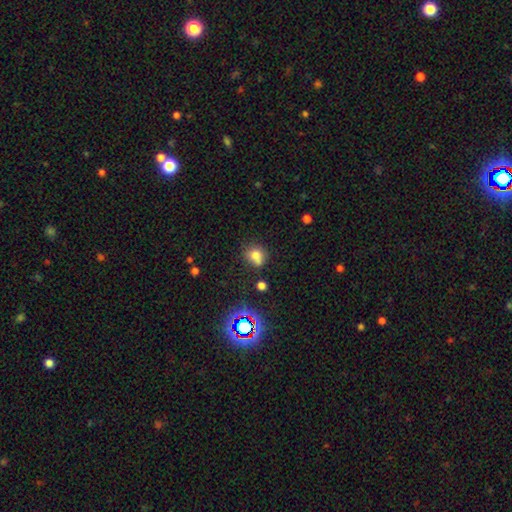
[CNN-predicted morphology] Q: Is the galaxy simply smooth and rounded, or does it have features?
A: smooth — 71%.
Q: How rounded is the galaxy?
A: round — 69%.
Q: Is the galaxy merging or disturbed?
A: none — 51%.